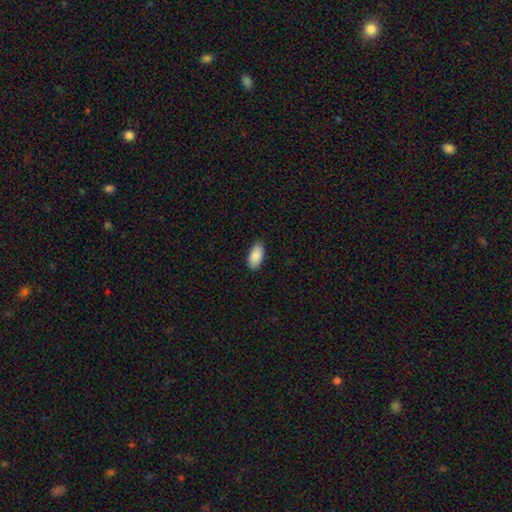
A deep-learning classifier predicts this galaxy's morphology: Q: Smooth or featured?
A: smooth (89%); runner-up: star or artifact (6%)
Q: How rounded?
A: in between (94%); runner-up: cigar-shaped (4%)
Q: Merging?
A: none (84%); runner-up: minor disturbance (13%)